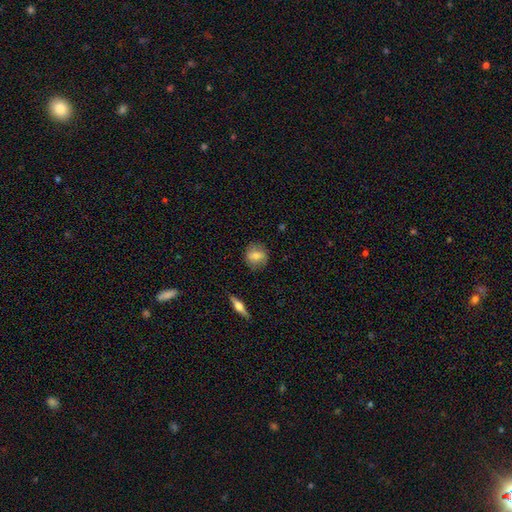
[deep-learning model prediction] Smooth or featured: smooth — 71% (featured or disk — 21%)
How rounded: round — 79% (in between — 19%)
Merging: none — 85% (minor disturbance — 11%)